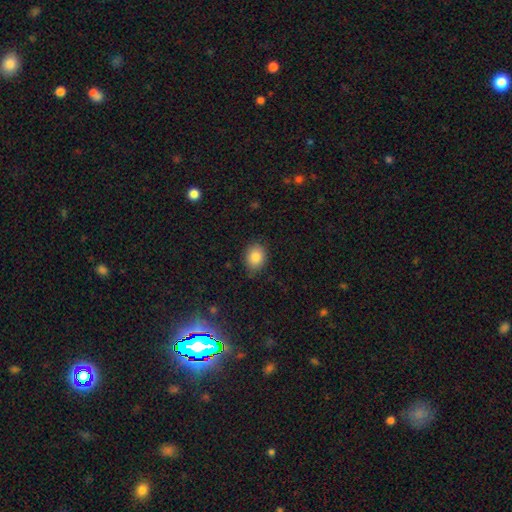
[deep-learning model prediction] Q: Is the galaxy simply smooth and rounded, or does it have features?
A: smooth — 85%.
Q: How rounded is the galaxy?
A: in between — 56%.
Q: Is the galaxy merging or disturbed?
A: none — 83%.